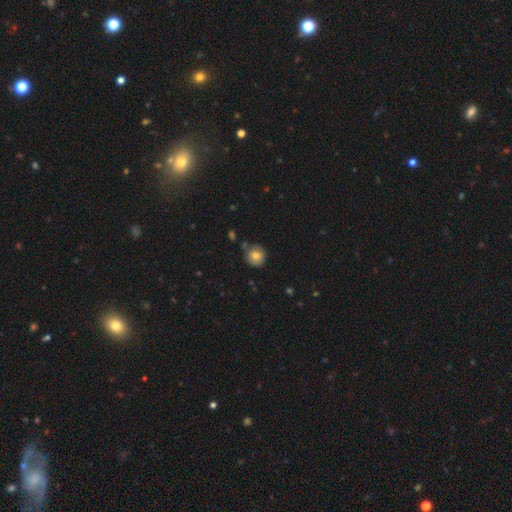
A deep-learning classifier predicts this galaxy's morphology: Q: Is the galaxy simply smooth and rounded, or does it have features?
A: smooth — 78%.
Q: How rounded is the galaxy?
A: round — 92%.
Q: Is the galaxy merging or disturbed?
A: none — 76%.